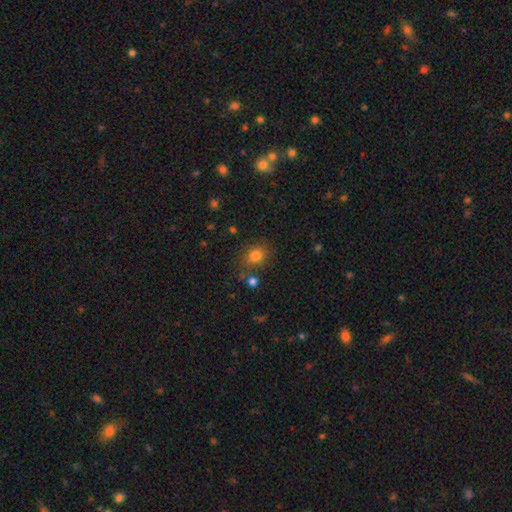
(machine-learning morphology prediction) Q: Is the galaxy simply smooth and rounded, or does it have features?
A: smooth — 81%.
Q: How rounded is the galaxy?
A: round — 65%.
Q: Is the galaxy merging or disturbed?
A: none — 76%.